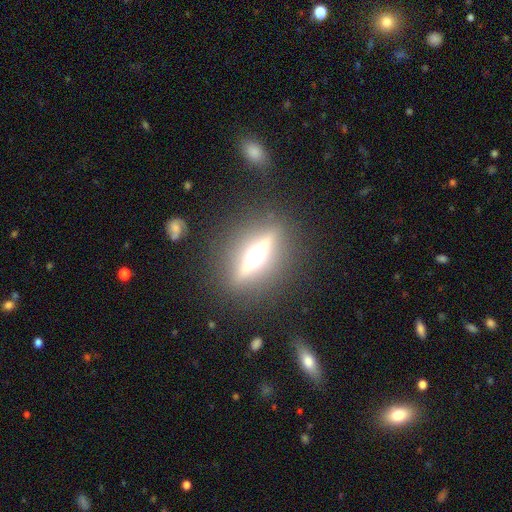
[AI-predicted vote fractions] Smooth or featured?
  - featured or disk: 75% *
  - smooth: 15%
  - star or artifact: 10%
Edge-on disk?
  - yes: 93% *
  - no: 7%
Edge-on bulge?
  - rounded: 94% *
  - boxy: 4%
  - none: 2%
Merging?
  - none: 88% *
  - minor disturbance: 7%
  - major disturbance: 4%
  - merger: 1%